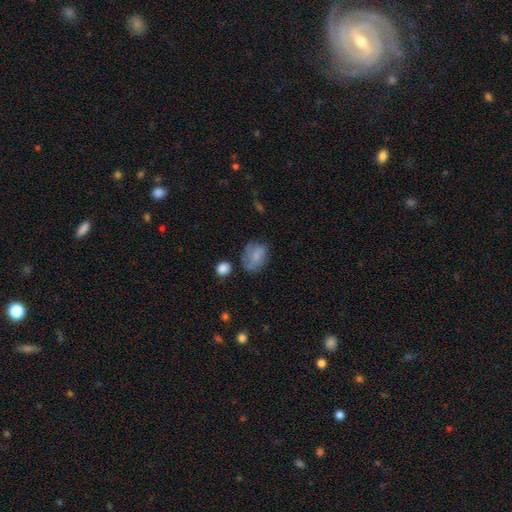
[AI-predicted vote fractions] Q: Smooth or featured?
A: smooth (70%); runner-up: featured or disk (21%)
Q: How rounded?
A: in between (61%); runner-up: round (37%)
Q: Merging?
A: none (51%); runner-up: minor disturbance (30%)